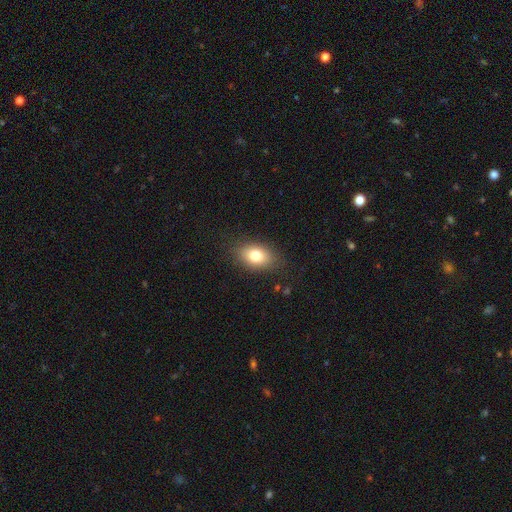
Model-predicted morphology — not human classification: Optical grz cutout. It shows a smooth galaxy with no disk features (78%) that is in between round and cigar-shaped (82%). Merging: none (84%).